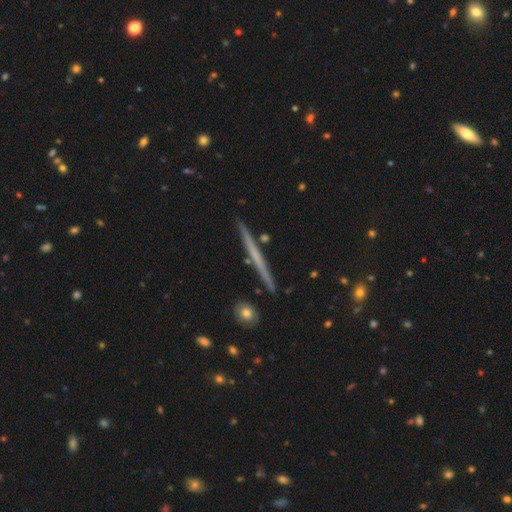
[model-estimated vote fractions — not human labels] smooth_or_featured: featured or disk (p=0.61) [alt: smooth p=0.33]
disk_edge_on: yes (p=0.98) [alt: no p=0.02]
edge_on_bulge: none (p=0.88) [alt: rounded p=0.08]
merging: none (p=0.91) [alt: minor disturbance p=0.06]